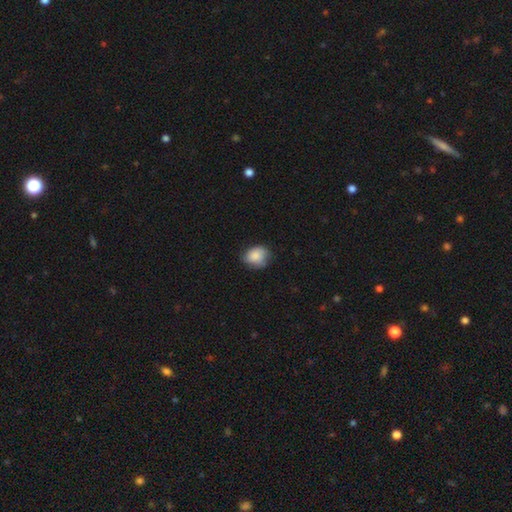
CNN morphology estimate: This is clearly a smooth galaxy (82%). How rounded: possibly round (55%). Merging: likely none (63%).